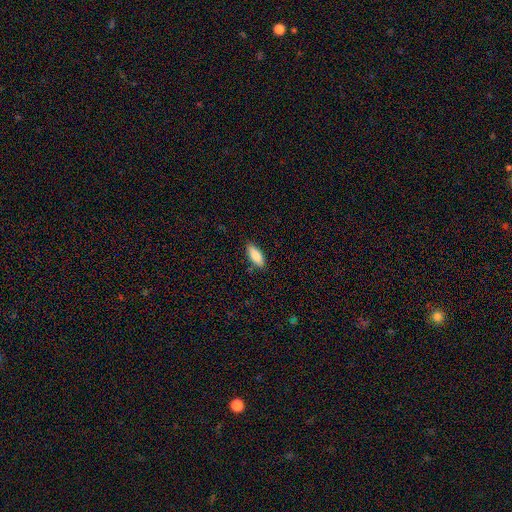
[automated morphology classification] A smooth galaxy with no disk features (84%) that is in between round and cigar-shaped (77%). Merging: none (85%).